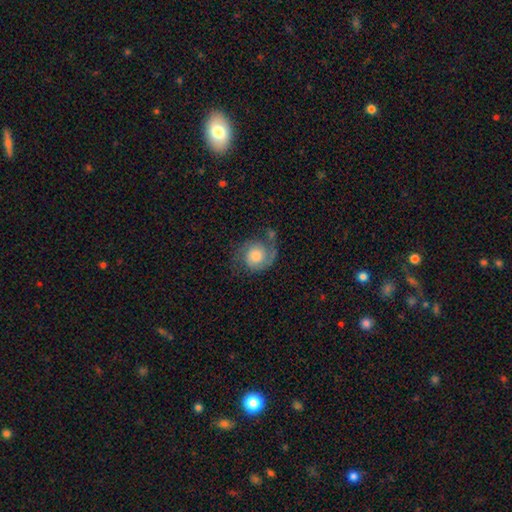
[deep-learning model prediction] Smooth or featured?
  - featured or disk: 72% *
  - smooth: 21%
  - star or artifact: 8%
Edge-on disk?
  - no: 98% *
  - yes: 2%
Bar?
  - no: 75% *
  - weak: 22%
  - strong: 3%
Spiral arms?
  - yes: 94% *
  - no: 6%
Spiral winding?
  - medium: 46% *
  - tight: 29%
  - loose: 25%
Spiral arm count?
  - 2: 80% *
  - 1: 13%
  - can't tell: 4%
  - 3: 2%
  - 4: 1%
  - more than 4: 1%
Bulge size?
  - moderate: 40% *
  - large: 32%
  - small: 17%
  - none: 6%
  - dominant: 6%
Merging?
  - none: 63% *
  - minor disturbance: 20%
  - major disturbance: 13%
  - merger: 4%